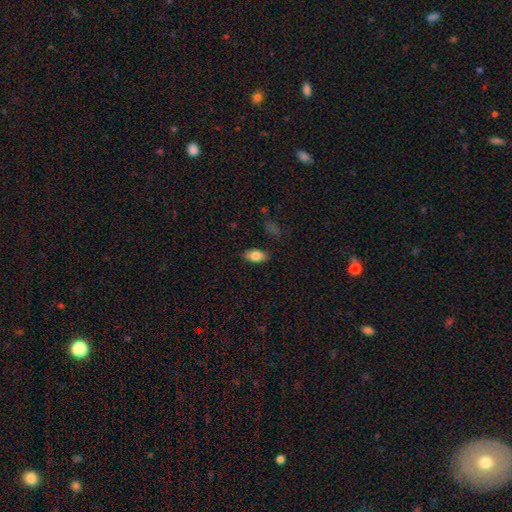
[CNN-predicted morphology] This appears to be a smooth galaxy with no disk features (81%) that is in between round and cigar-shaped (90%). Merging: none (87%).